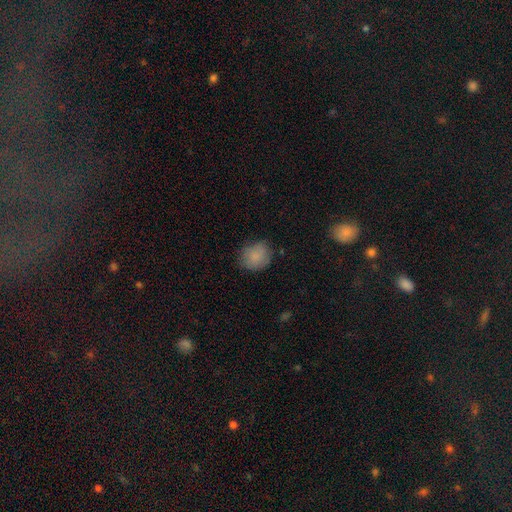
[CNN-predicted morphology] This is clearly a smooth galaxy (84%). How rounded: likely round (69%). Merging: likely none (70%).